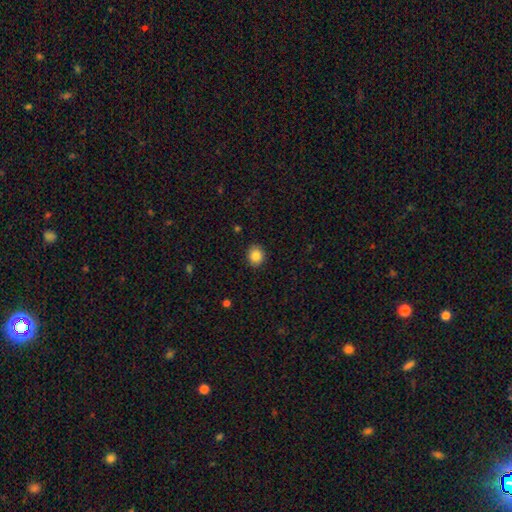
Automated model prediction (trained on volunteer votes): smooth_or_featured: smooth (p=0.85) [alt: star or artifact p=0.09]
how_rounded: round (p=0.74) [alt: in between p=0.25]
merging: none (p=0.89) [alt: minor disturbance p=0.08]